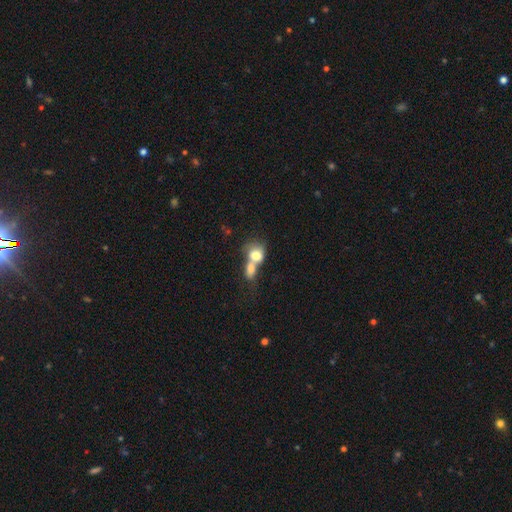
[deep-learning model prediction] The model was most divided on "how rounded": in between: 59%, round: 39%, cigar-shaped: 2%. More confident: merging — merger (75%); smooth or featured — smooth (73%).